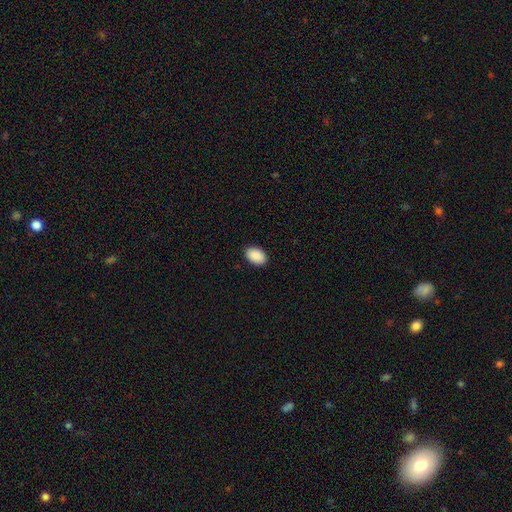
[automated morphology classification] A smooth galaxy with no disk features (91%) that is in between round and cigar-shaped (90%). Merging: none (90%).